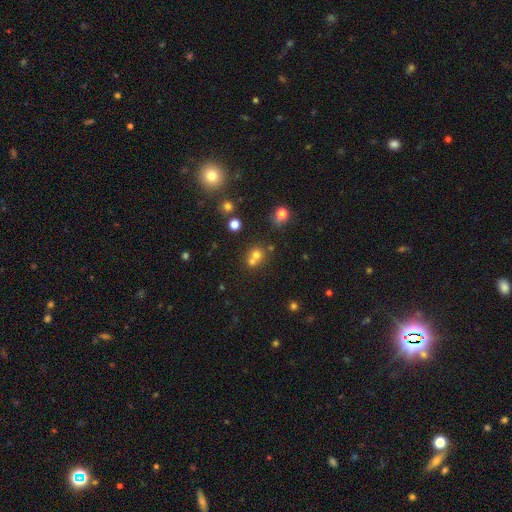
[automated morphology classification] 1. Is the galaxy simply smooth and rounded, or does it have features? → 64% smooth, 23% star or artifact, 14% featured or disk.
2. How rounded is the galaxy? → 82% round, 17% in between, 1% cigar-shaped.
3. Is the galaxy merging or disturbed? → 47% none, 44% merger, 7% minor disturbance, 3% major disturbance.